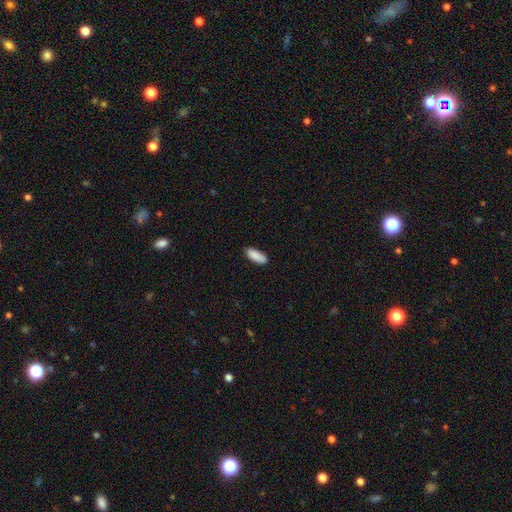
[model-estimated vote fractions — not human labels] Overall: smooth (89%). How rounded: in between (73%). Merging: none (84%).